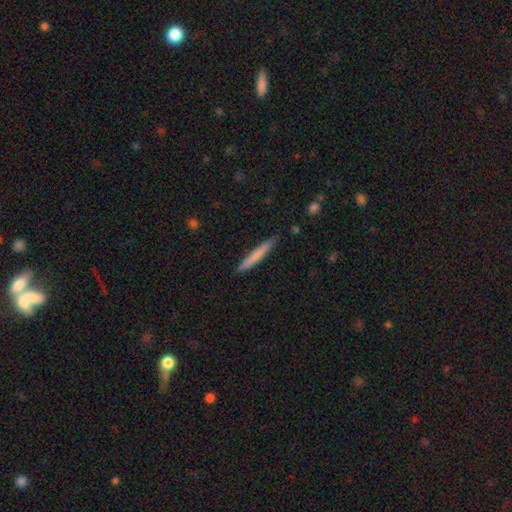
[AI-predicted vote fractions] Smooth or featured?
  - smooth: 71% *
  - featured or disk: 24%
  - star or artifact: 5%
How rounded?
  - cigar-shaped: 96% *
  - in between: 3%
  - round: 1%
Merging?
  - none: 88% *
  - minor disturbance: 9%
  - major disturbance: 2%
  - merger: 1%